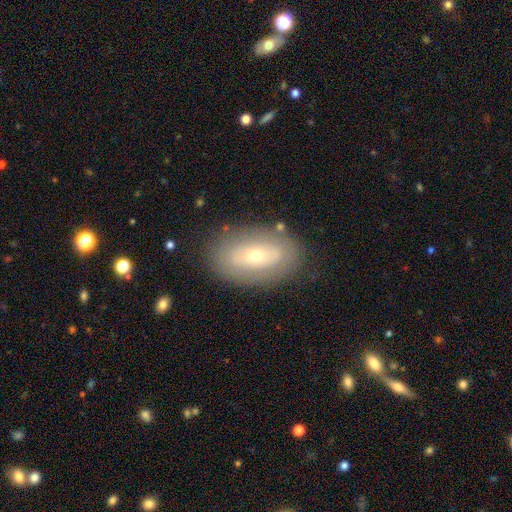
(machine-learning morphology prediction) The model was most divided on "smooth or featured": featured or disk: 49%, smooth: 43%, star or artifact: 8%. More confident: merging — none (81%).